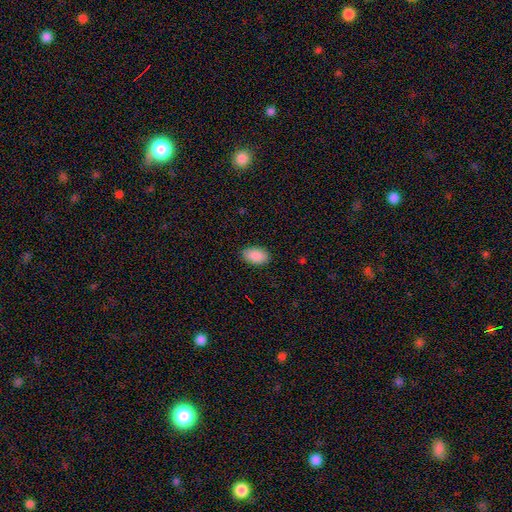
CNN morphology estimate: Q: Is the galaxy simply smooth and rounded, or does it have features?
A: smooth — 90%.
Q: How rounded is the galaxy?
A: in between — 93%.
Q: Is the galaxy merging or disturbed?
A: none — 88%.